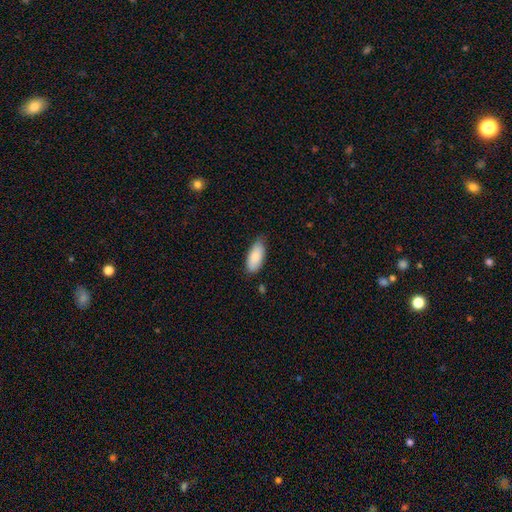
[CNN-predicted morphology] Smooth or featured: smooth — 84% (featured or disk — 9%)
How rounded: in between — 89% (cigar-shaped — 9%)
Merging: none — 73% (minor disturbance — 22%)